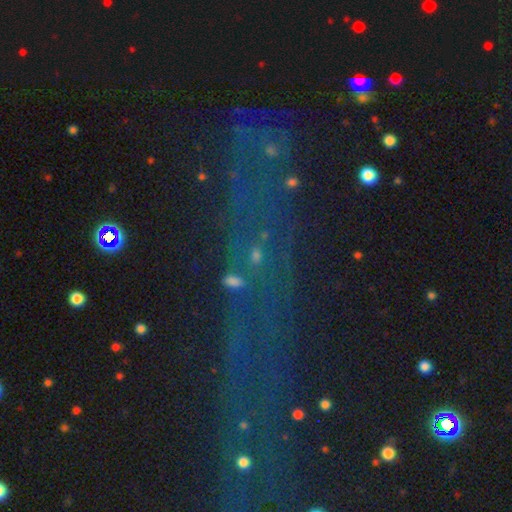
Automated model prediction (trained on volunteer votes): Smooth or featured: star or artifact — 47% (featured or disk — 27%)